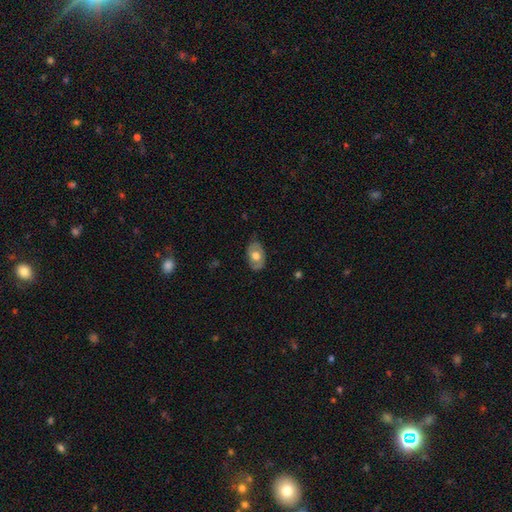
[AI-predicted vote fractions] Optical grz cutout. It shows a smooth galaxy with no disk features (54%) that is in between round and cigar-shaped (86%). Merging: none (78%).